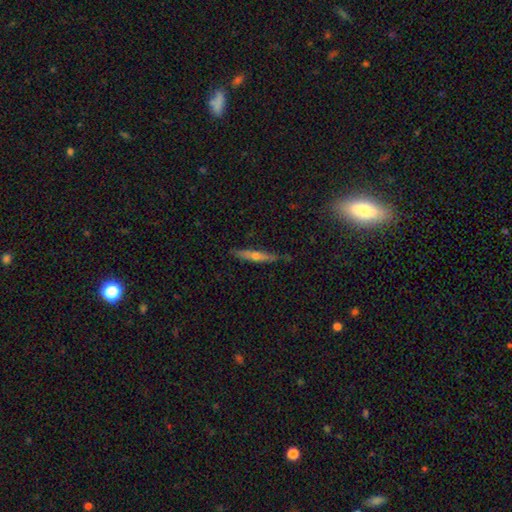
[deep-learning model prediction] smooth_or_featured: featured or disk (p=0.56) [alt: smooth p=0.37]
disk_edge_on: yes (p=0.94) [alt: no p=0.06]
edge_on_bulge: rounded (p=0.80) [alt: none p=0.15]
merging: none (p=0.82) [alt: minor disturbance p=0.14]